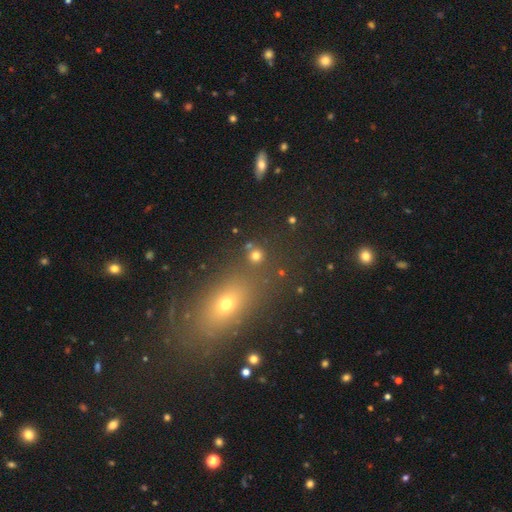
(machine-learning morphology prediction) Q: Smooth or featured?
A: smooth (74%); runner-up: star or artifact (19%)
Q: How rounded?
A: round (88%); runner-up: in between (11%)
Q: Merging?
A: none (78%); runner-up: merger (11%)